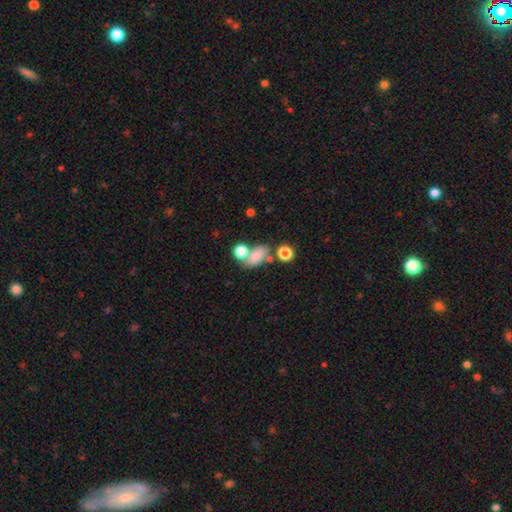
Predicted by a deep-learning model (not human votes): Q: Smooth or featured?
A: smooth (77%); runner-up: star or artifact (12%)
Q: How rounded?
A: in between (80%); runner-up: round (17%)
Q: Merging?
A: none (48%); runner-up: merger (31%)